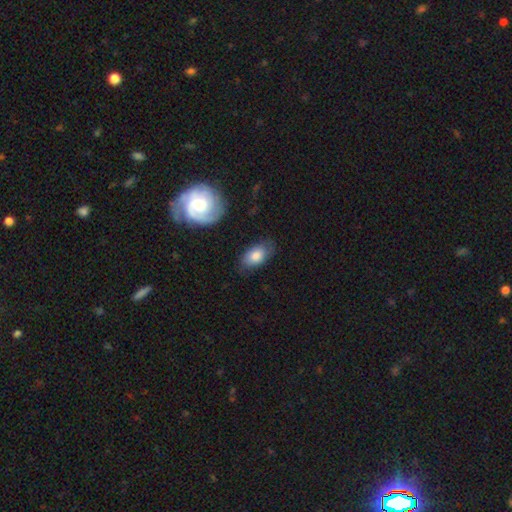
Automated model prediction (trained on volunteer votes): The model was most divided on "merging": none: 74%, minor disturbance: 19%, major disturbance: 5%, merger: 2%. More confident: how rounded — in between (92%); smooth or featured — smooth (77%).